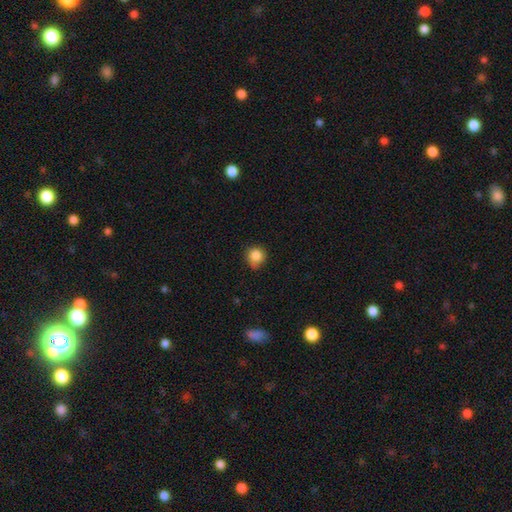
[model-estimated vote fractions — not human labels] A smooth galaxy with no disk features (85%) that is round (89%). Merging: none (71%).